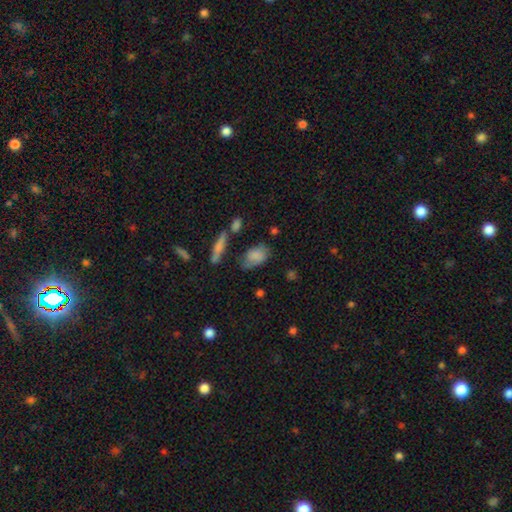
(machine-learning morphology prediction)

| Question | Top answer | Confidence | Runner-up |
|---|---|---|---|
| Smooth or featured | smooth | 74% | featured or disk (17%) |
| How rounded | in between | 84% | round (12%) |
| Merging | none | 46% | minor disturbance (32%) |